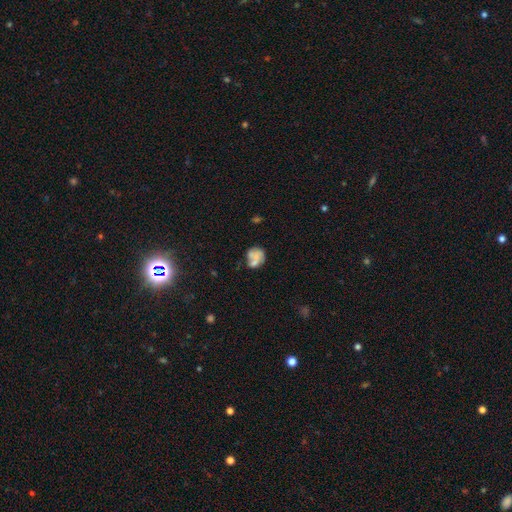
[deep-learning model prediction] Q: Smooth or featured?
A: smooth (49%); runner-up: featured or disk (41%)
Q: Merging?
A: none (39%); runner-up: merger (24%)